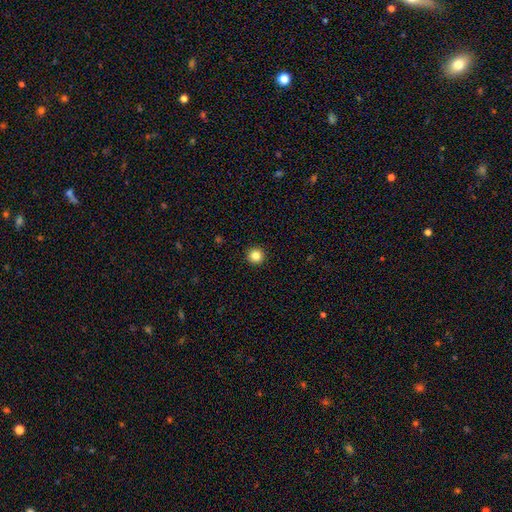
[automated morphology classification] Q: Smooth or featured?
A: smooth (84%); runner-up: star or artifact (12%)
Q: How rounded?
A: round (96%); runner-up: in between (3%)
Q: Merging?
A: none (94%); runner-up: minor disturbance (4%)